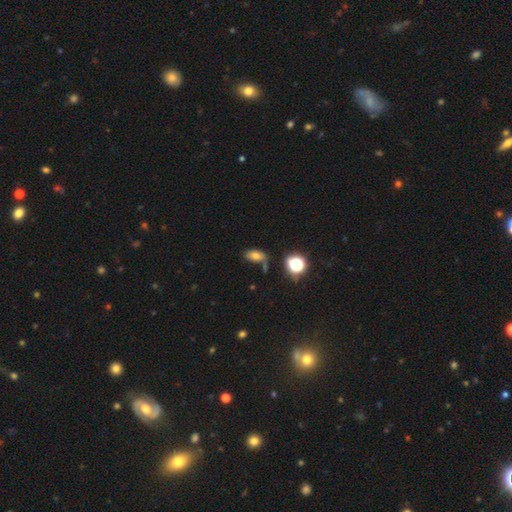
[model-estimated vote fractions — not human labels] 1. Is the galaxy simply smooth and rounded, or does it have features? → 72% smooth, 17% star or artifact, 11% featured or disk.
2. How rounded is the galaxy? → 86% in between, 9% round, 5% cigar-shaped.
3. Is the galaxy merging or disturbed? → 67% none, 18% minor disturbance, 10% merger, 5% major disturbance.